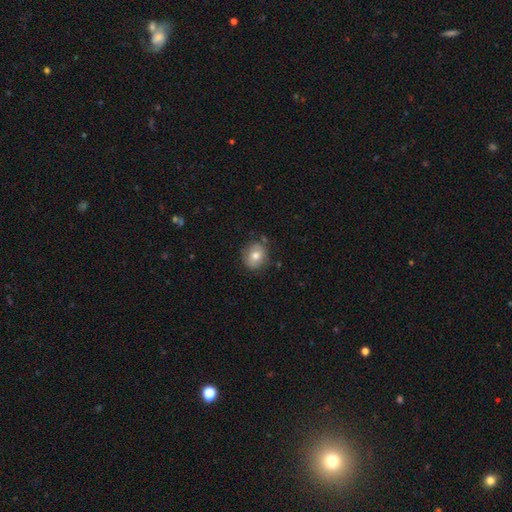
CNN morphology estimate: This is likely a smooth galaxy (74%). How rounded: likely round (71%). Merging: likely none (79%).